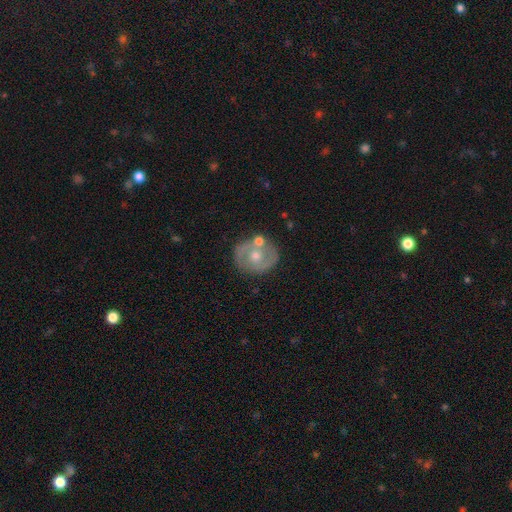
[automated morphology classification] This appears to be a featured or disk galaxy (66%) with no bar (69%), spiral arms (61%) and a moderate central bulge (69%). Merging: none (72%).